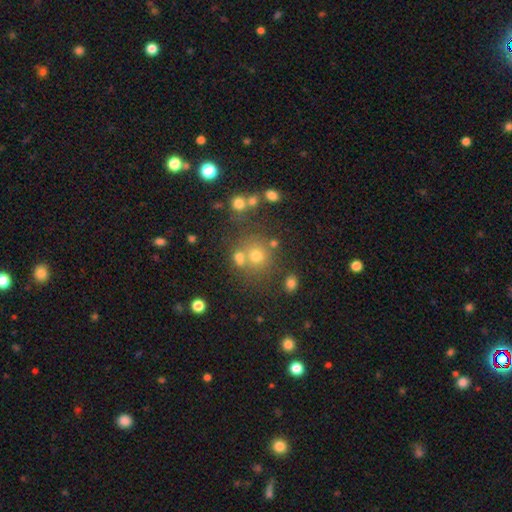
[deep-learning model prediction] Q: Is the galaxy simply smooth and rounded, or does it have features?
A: smooth — 65%.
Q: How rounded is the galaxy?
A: round — 87%.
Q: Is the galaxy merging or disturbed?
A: none — 63%.